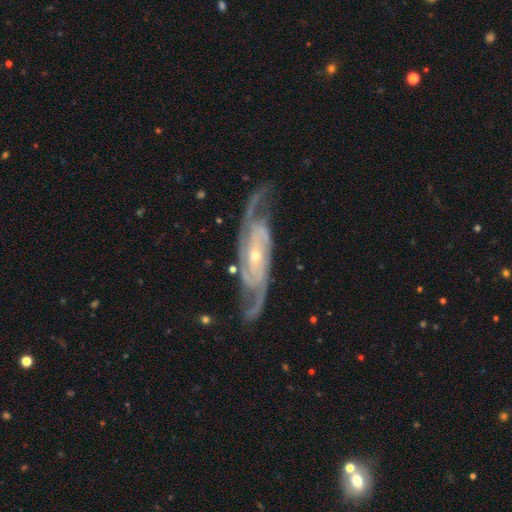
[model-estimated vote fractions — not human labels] smooth_or_featured: featured or disk (p=0.92) [alt: star or artifact p=0.04]
disk_edge_on: no (p=0.91) [alt: yes p=0.09]
bar: no (p=0.55) [alt: weak p=0.29]
has_spiral_arms: yes (p=0.98) [alt: no p=0.02]
spiral_winding: tight (p=0.51) [alt: medium p=0.40]
spiral_arm_count: 2 (p=0.62) [alt: 3 p=0.16]
bulge_size: small (p=0.68) [alt: moderate p=0.29]
merging: none (p=0.75) [alt: minor disturbance p=0.16]